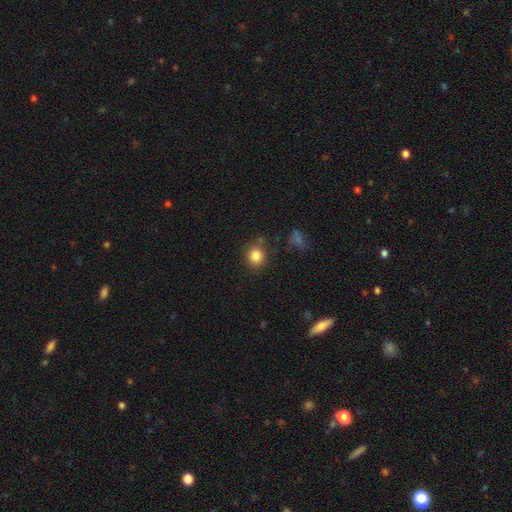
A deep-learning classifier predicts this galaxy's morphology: A smooth galaxy with no disk features (84%) that is round (75%). Merging: none (79%).